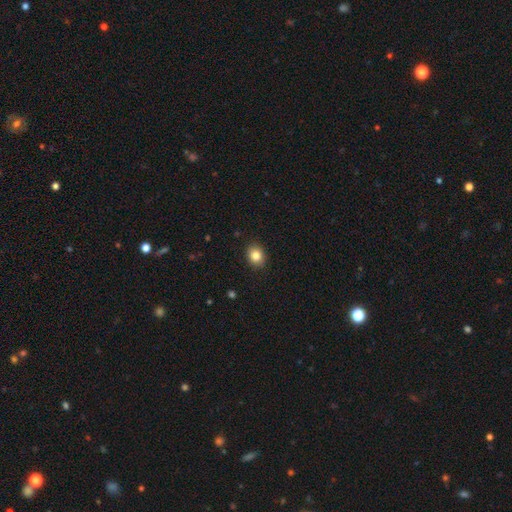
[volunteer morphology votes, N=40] Smooth or featured?
  - smooth: 88% *
  - star or artifact: 8%
  - featured or disk: 5%
How rounded?
  - round: 63% *
  - in between: 37%
  - cigar-shaped: 0%
Merging?
  - none: 86% *
  - minor disturbance: 8%
  - major disturbance: 3%
  - merger: 3%